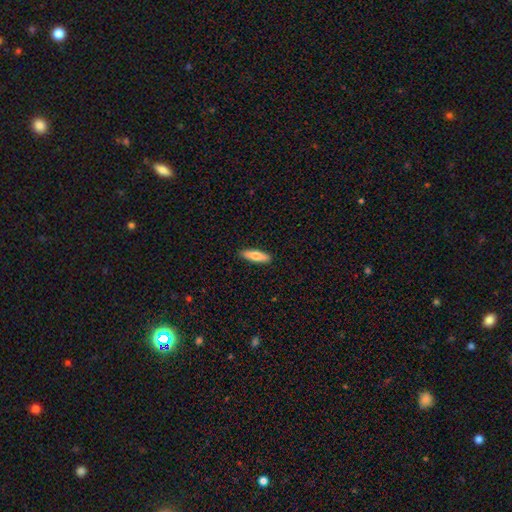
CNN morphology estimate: Smooth or featured: smooth — 72% (featured or disk — 22%)
How rounded: cigar-shaped — 58% (in between — 40%)
Merging: none — 90% (minor disturbance — 7%)